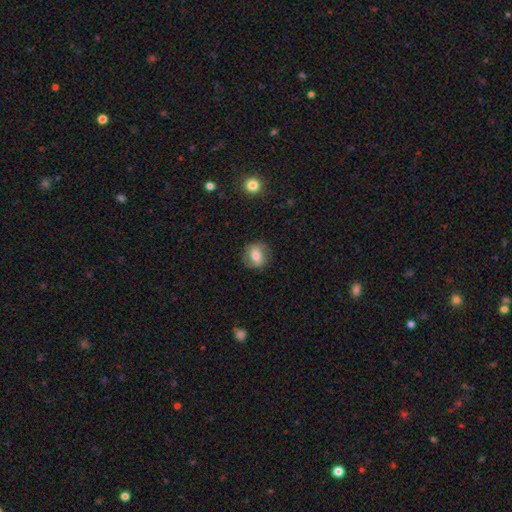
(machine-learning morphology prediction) type=smooth (64%); roundness=round (73%); merging=none (82%).